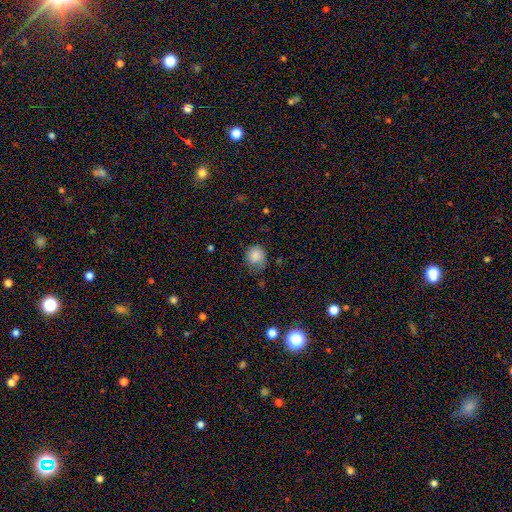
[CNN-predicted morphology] This appears to be a smooth galaxy with no disk features (85%) that is round (78%). Merging: none (62%).